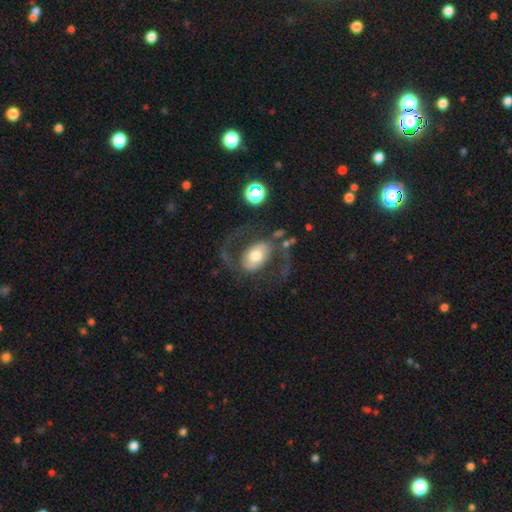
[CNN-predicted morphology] featured or disk 70%, smooth 23%, star or artifact 7%. Down the decision tree: edge-on disk — no (96%); bar — no (51%); spiral arms — yes (78%); spiral arm count — 2 (90%); spiral winding — loose (51%); bulge size — moderate (63%); merging — none (61%).